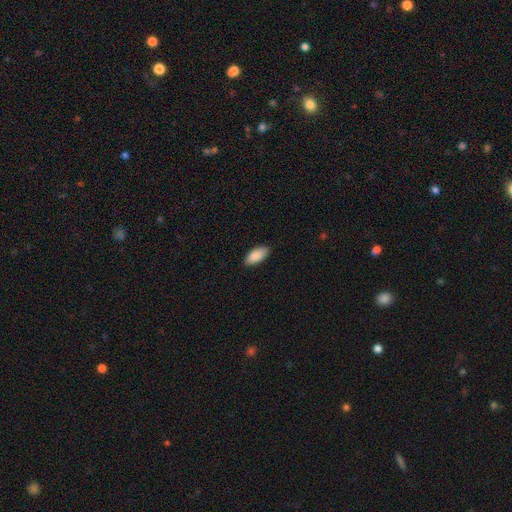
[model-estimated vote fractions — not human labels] smooth-or-featured: smooth: 90% | star or artifact: 6% | featured or disk: 4%
  how-rounded: in between: 92% | cigar-shaped: 6% | round: 2%
  merging: none: 86% | minor disturbance: 11% | major disturbance: 2% | merger: 1%